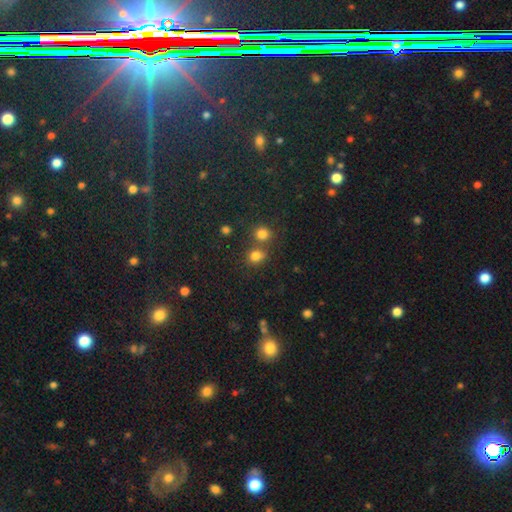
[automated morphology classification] smooth-or-featured: smooth: 77% | star or artifact: 17% | featured or disk: 6%
  how-rounded: round: 72% | in between: 27% | cigar-shaped: 1%
  merging: none: 57% | merger: 30% | minor disturbance: 9% | major disturbance: 4%